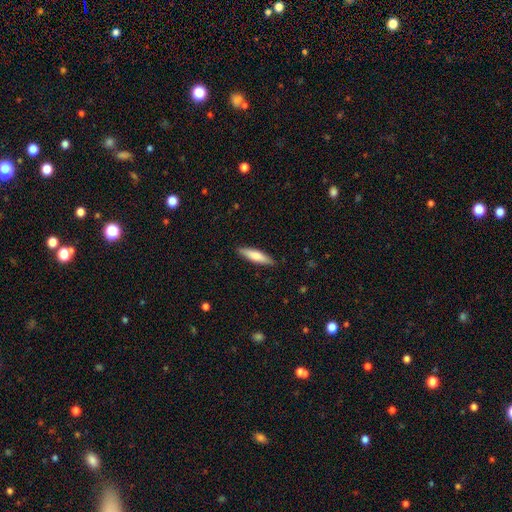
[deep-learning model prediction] Smooth or featured? Predicted: smooth (p=0.75). How rounded? Predicted: cigar-shaped (p=0.76). Merging? Predicted: none (p=0.89).